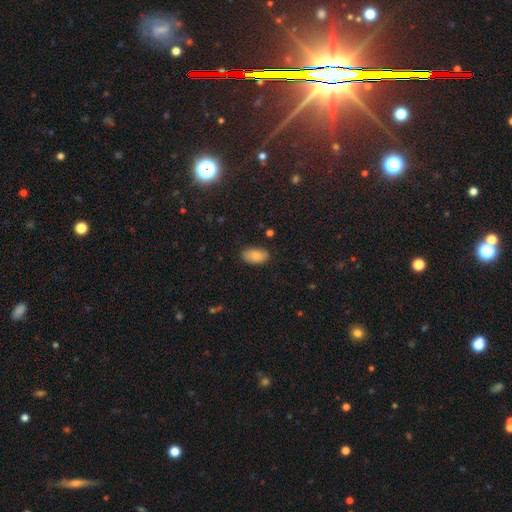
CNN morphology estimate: The model was most divided on "merging": none: 86%, minor disturbance: 10%, major disturbance: 2%, merger: 1%. More confident: how rounded — in between (94%); smooth or featured — smooth (85%).